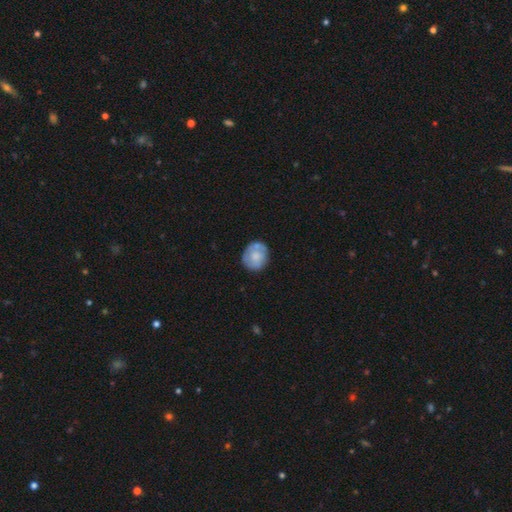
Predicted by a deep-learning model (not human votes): Smooth or featured?
  - smooth: 58% *
  - featured or disk: 36%
  - star or artifact: 7%
How rounded?
  - round: 71% *
  - in between: 28%
  - cigar-shaped: 1%
Merging?
  - none: 63% *
  - minor disturbance: 22%
  - merger: 9%
  - major disturbance: 7%